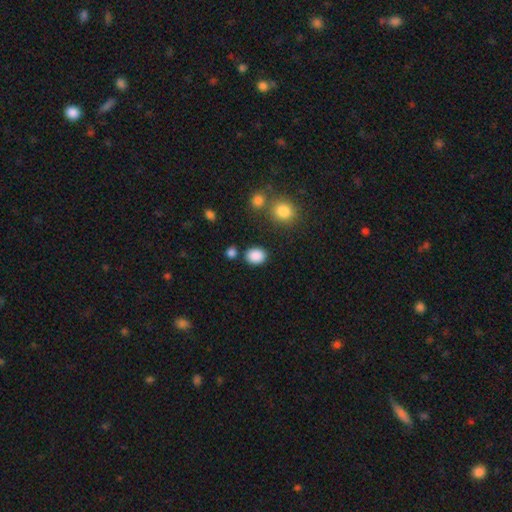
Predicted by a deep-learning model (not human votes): This appears to be a smooth galaxy with no disk features (88%) that is in between round and cigar-shaped (54%). Merging: none (81%).